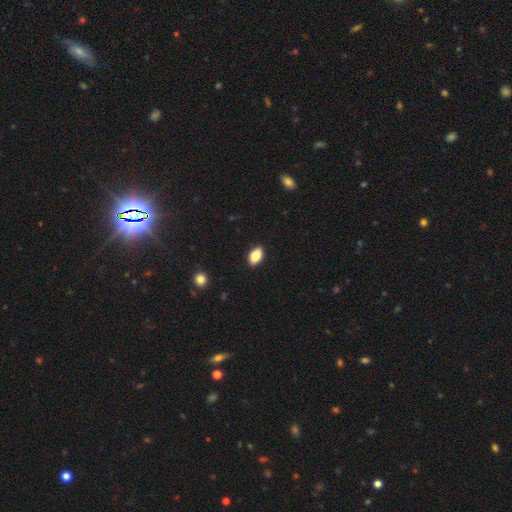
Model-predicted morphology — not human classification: Smooth or featured? smooth (86%)
How rounded? in between (91%)
Merging? none (90%)